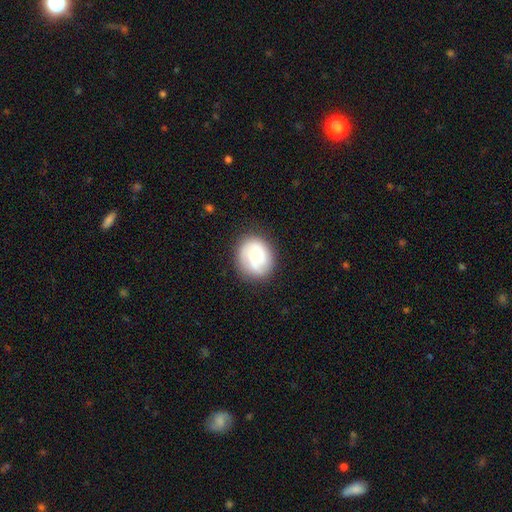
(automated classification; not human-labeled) Overall: smooth (50%; featured or disk 42%). Merging: none (74%).